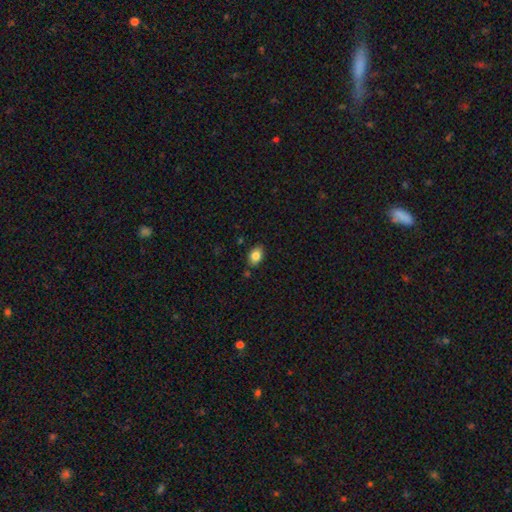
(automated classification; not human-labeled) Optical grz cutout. It shows a smooth galaxy with no disk features (84%) that is in between round and cigar-shaped (82%). Merging: none (82%).